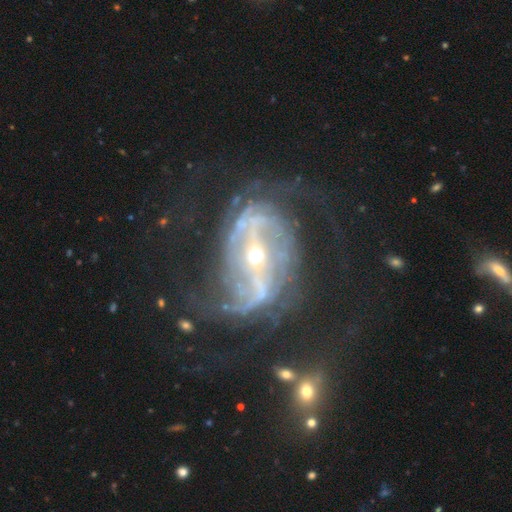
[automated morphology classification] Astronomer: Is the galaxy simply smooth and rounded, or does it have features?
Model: featured or disk — 89%.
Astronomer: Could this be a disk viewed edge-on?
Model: no — 95%.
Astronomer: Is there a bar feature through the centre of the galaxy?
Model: strong — 65%.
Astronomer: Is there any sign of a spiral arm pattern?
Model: yes — 93%.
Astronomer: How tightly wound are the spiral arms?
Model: medium — 40% (runner-up: loose, 36%).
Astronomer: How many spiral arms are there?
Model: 2 — 61%.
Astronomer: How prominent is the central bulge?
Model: small — 60% (runner-up: moderate, 36%).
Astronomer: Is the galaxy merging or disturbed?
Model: none — 52%.